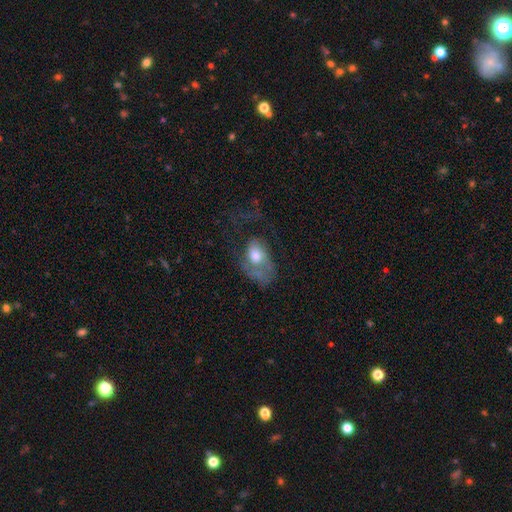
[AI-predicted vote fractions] Smooth or featured? smooth (51%)
How rounded? in between (83%)
Merging? major disturbance (52%)